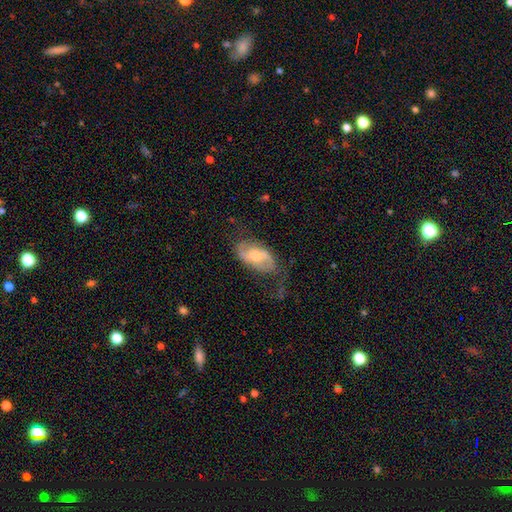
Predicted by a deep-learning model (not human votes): This appears to be a featured or disk galaxy (68%) with a weak bar (44%), 2 (83%) loose (47%) spiral arms (82%) and a moderate central bulge (65%). Merging: none (58%).